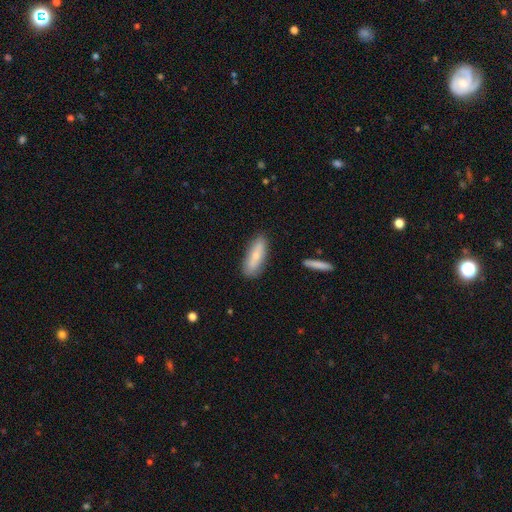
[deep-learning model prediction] This is likely a smooth galaxy (69%). How rounded: possibly in between (51%). Merging: clearly none (83%).